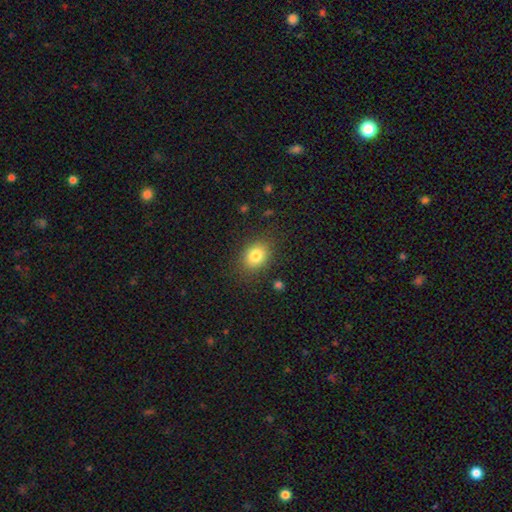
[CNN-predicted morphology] Smooth or featured: smooth — 81% (star or artifact — 10%)
How rounded: in between — 57% (round — 42%)
Merging: none — 84% (minor disturbance — 11%)